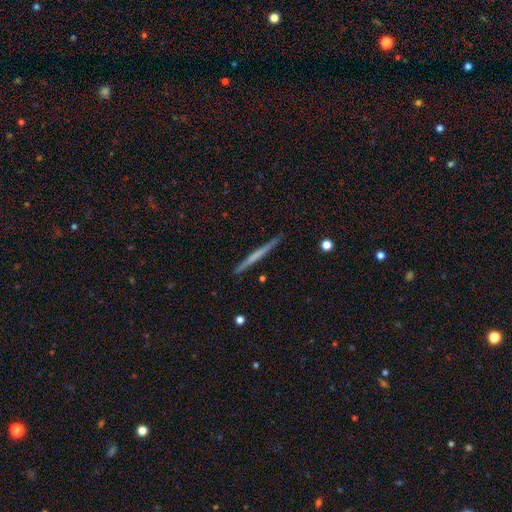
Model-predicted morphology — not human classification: This is possibly a featured or disk galaxy (48%). Merging: clearly none (88%).